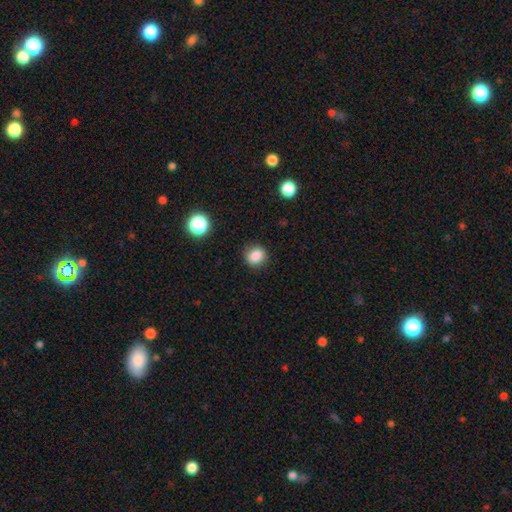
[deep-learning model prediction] Q: Smooth or featured?
A: smooth (85%); runner-up: star or artifact (11%)
Q: How rounded?
A: round (72%); runner-up: in between (27%)
Q: Merging?
A: none (86%); runner-up: minor disturbance (10%)